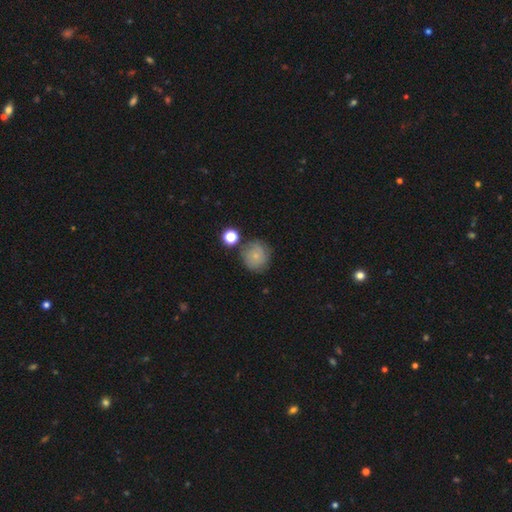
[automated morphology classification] This is possibly a smooth galaxy (59%). How rounded: clearly round (90%). Merging: likely none (71%).